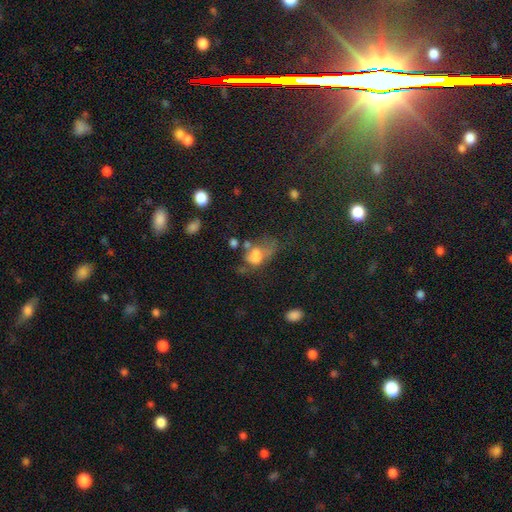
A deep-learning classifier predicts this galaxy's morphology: smooth_or_featured: smooth (p=0.57) [alt: featured or disk p=0.27]
how_rounded: in between (p=0.76) [alt: round p=0.21]
merging: major disturbance (p=0.41) [alt: merger p=0.21]